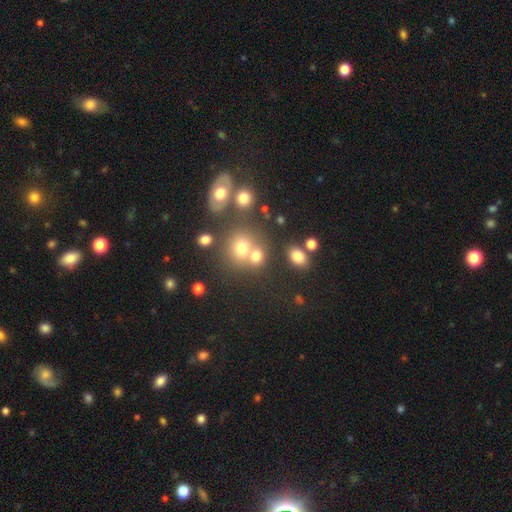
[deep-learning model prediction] Overall: smooth (70%). How rounded: round (69%; in between 29%). Merging: none (48%; merger 37%).